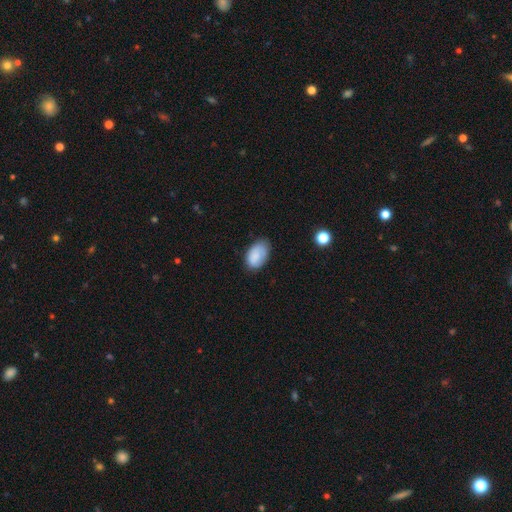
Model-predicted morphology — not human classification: smooth_or_featured: smooth (p=0.83) [alt: featured or disk p=0.09]
how_rounded: in between (p=0.91) [alt: round p=0.08]
merging: none (p=0.65) [alt: minor disturbance p=0.27]